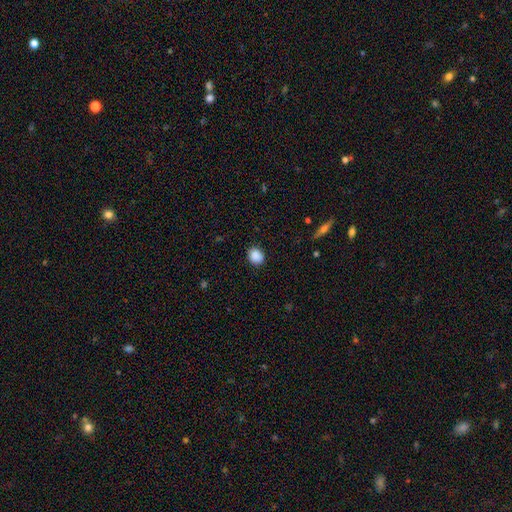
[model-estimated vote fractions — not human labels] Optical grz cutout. It shows a smooth galaxy with no disk features (89%) that is round (69%). Merging: none (88%).